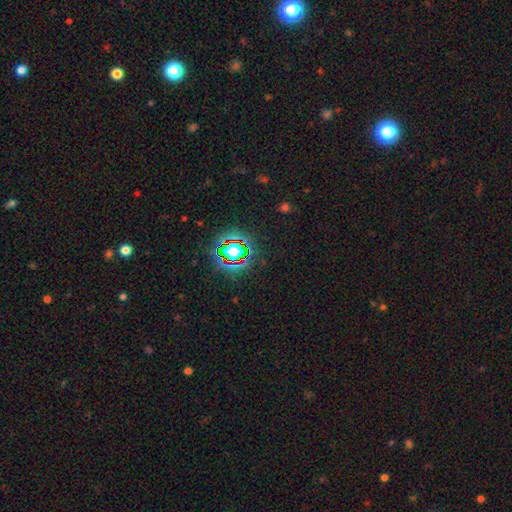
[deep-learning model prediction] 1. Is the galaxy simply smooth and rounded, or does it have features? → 78% star or artifact, 13% smooth, 9% featured or disk.